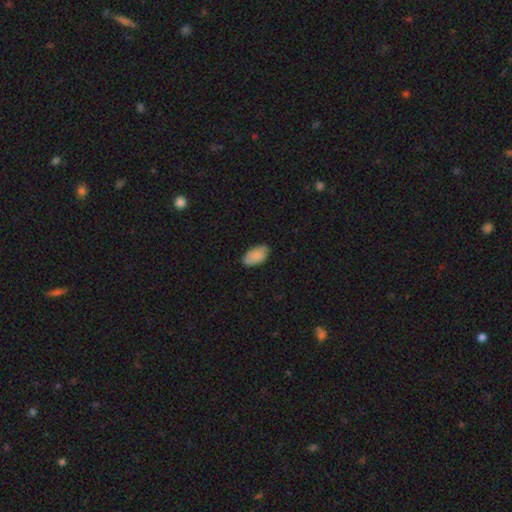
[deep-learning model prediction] Morphology: type=smooth (87%); roundness=in between (95%); merging=none (79%).